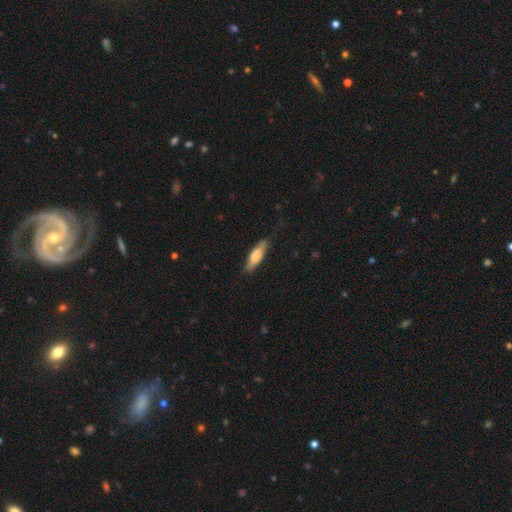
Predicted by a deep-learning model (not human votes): A smooth galaxy with no disk features (72%) that is cigar-shaped (50%). Merging: none (75%).